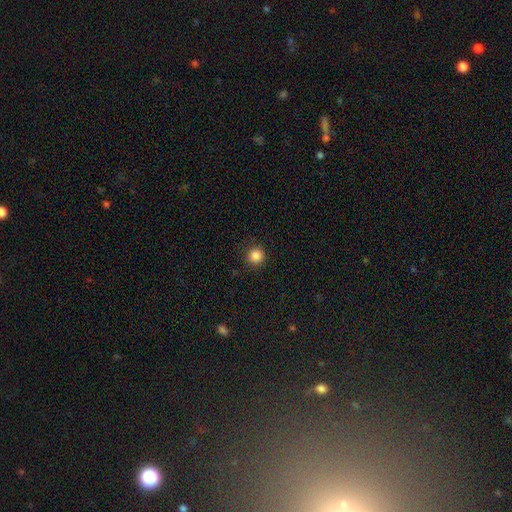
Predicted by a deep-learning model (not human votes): A smooth galaxy with no disk features (86%) that is round (94%).

Vote fractions:
- Smooth or featured? smooth: 86% / star or artifact: 11% / featured or disk: 3%
- How rounded? round: 94% / in between: 5% / cigar-shaped: 1%
- Merging? none: 90% / minor disturbance: 6% / major disturbance: 2% / merger: 1%